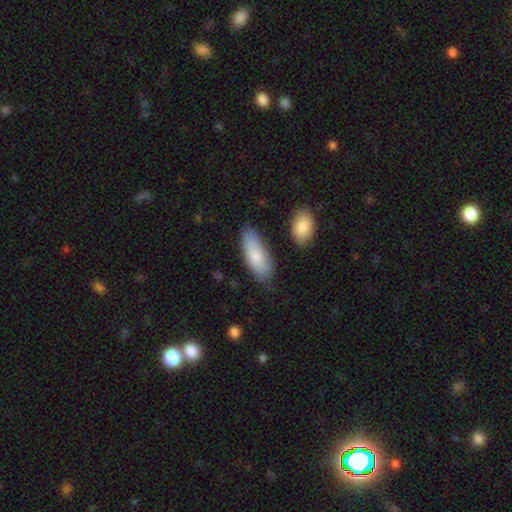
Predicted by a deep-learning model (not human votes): A smooth galaxy with no disk features (80%) that is in between round and cigar-shaped (79%).

Vote fractions:
- Smooth or featured? smooth: 80% / featured or disk: 15% / star or artifact: 6%
- How rounded? in between: 79% / cigar-shaped: 18% / round: 2%
- Merging? none: 74% / minor disturbance: 18% / merger: 5% / major disturbance: 4%